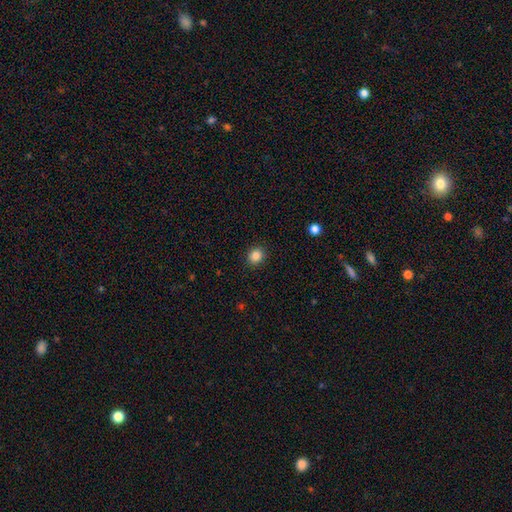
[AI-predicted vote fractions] Smooth or featured? Predicted: smooth (p=0.85). How rounded? Predicted: round (p=0.75). Merging? Predicted: none (p=0.91).